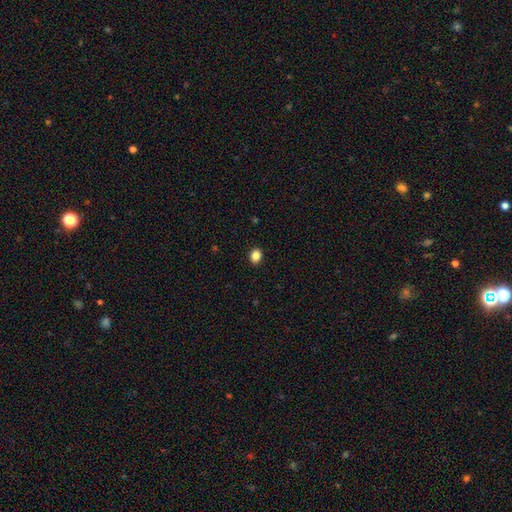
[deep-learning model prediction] Smooth or featured: smooth — 86% (star or artifact — 10%)
How rounded: in between — 52% (round — 47%)
Merging: none — 91% (minor disturbance — 6%)